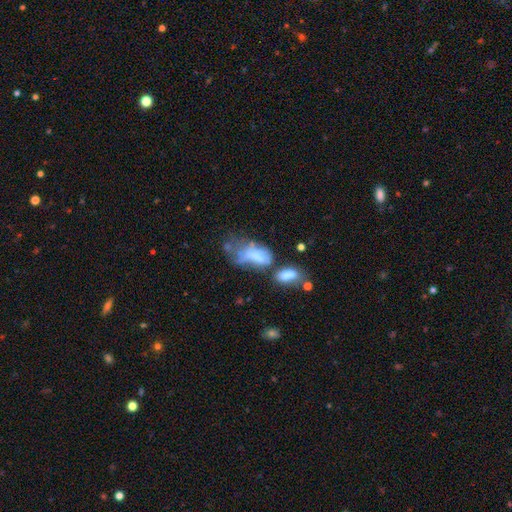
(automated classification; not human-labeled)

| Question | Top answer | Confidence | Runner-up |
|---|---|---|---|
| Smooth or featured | smooth | 49% | featured or disk (39%) |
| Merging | merger | 39% | major disturbance (31%) |